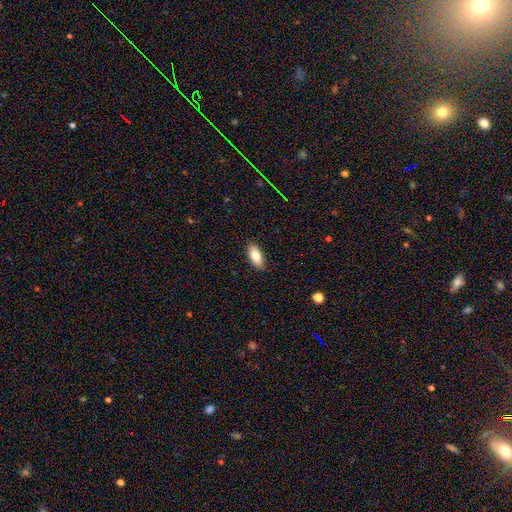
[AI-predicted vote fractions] The model was most divided on "smooth or featured": smooth: 80%, featured or disk: 13%, star or artifact: 7%. More confident: merging — none (88%); how rounded — in between (87%).